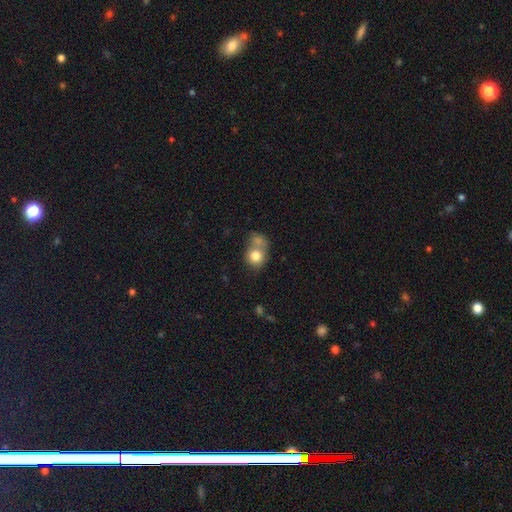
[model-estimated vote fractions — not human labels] A smooth galaxy with no disk features (79%) that is round (75%).

Vote fractions:
- Smooth or featured? smooth: 79% / featured or disk: 12% / star or artifact: 9%
- How rounded? round: 75% / in between: 25% / cigar-shaped: 1%
- Merging? merger: 45% / none: 36% / minor disturbance: 12% / major disturbance: 7%